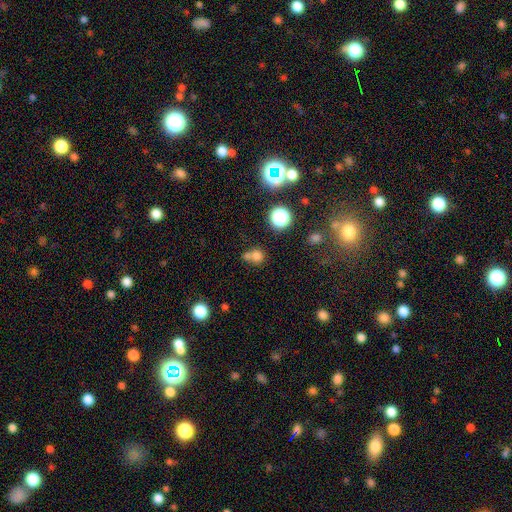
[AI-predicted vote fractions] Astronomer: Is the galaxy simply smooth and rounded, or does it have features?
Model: smooth — 72%.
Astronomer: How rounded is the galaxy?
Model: round — 82%.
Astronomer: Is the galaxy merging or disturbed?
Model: none — 45% (runner-up: merger, 42%).